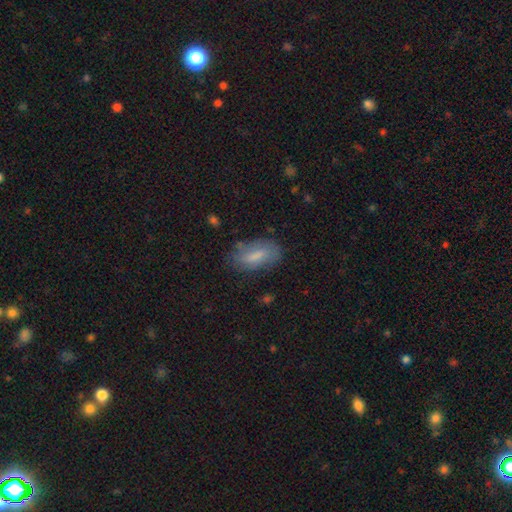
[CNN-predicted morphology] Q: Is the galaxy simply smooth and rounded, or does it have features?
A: smooth — 71%.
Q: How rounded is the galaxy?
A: in between — 85%.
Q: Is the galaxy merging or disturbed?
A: none — 70%.